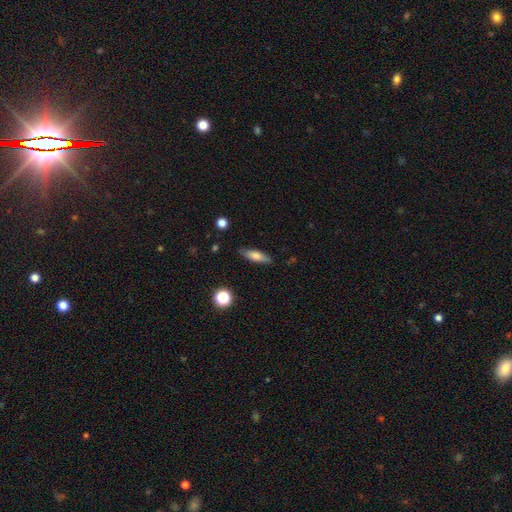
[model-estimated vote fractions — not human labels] smooth-or-featured: smooth: 69% | featured or disk: 24% | star or artifact: 8%
  how-rounded: cigar-shaped: 53% | in between: 44% | round: 3%
  merging: none: 85% | minor disturbance: 11% | major disturbance: 2% | merger: 1%